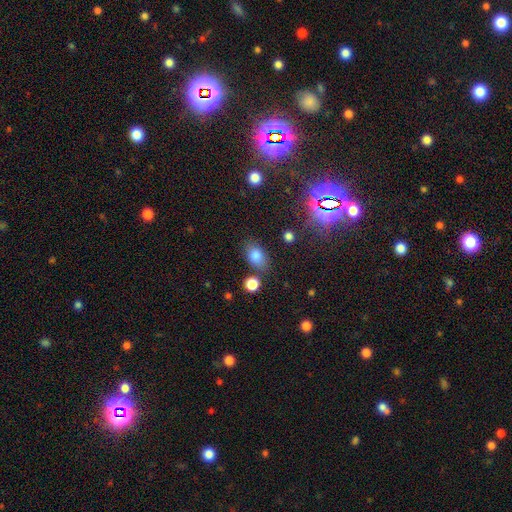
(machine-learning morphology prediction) This appears to be a smooth galaxy with no disk features (80%) that is in between round and cigar-shaped (84%). Merging: none (74%).